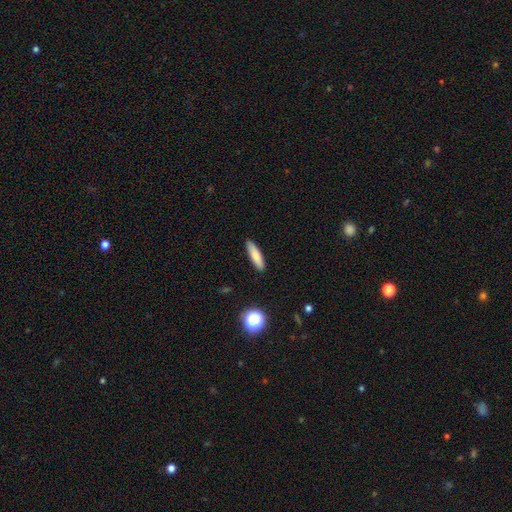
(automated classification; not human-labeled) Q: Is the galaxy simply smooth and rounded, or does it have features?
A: smooth — 78%.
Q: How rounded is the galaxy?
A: cigar-shaped — 75%.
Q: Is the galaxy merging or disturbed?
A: none — 90%.